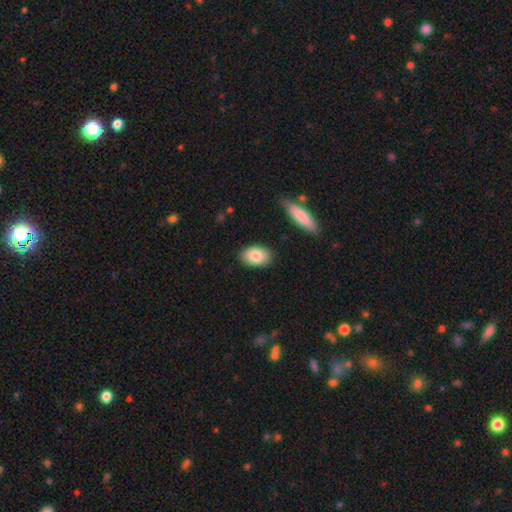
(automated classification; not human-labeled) Smooth or featured?
  - smooth: 84% *
  - featured or disk: 9%
  - star or artifact: 6%
How rounded?
  - in between: 88% *
  - round: 10%
  - cigar-shaped: 2%
Merging?
  - none: 86% *
  - minor disturbance: 10%
  - major disturbance: 2%
  - merger: 2%